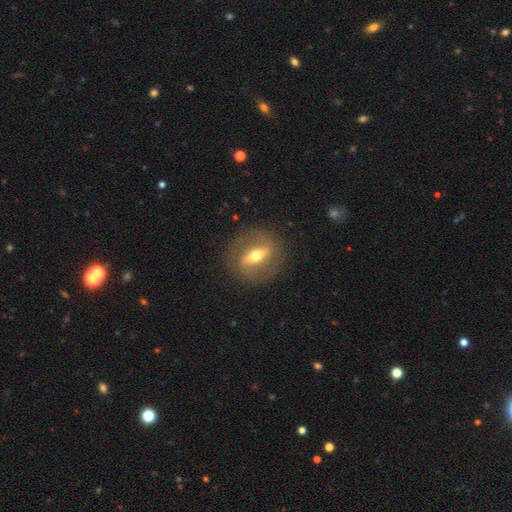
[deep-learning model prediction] Q: Smooth or featured?
A: featured or disk (69%); runner-up: smooth (24%)
Q: Edge-on disk?
A: no (74%); runner-up: yes (26%)
Q: Bar?
A: strong (63%); runner-up: weak (24%)
Q: Spiral arms?
A: no (66%); runner-up: yes (34%)
Q: Bulge size?
A: moderate (71%); runner-up: small (17%)
Q: Merging?
A: none (84%); runner-up: minor disturbance (10%)